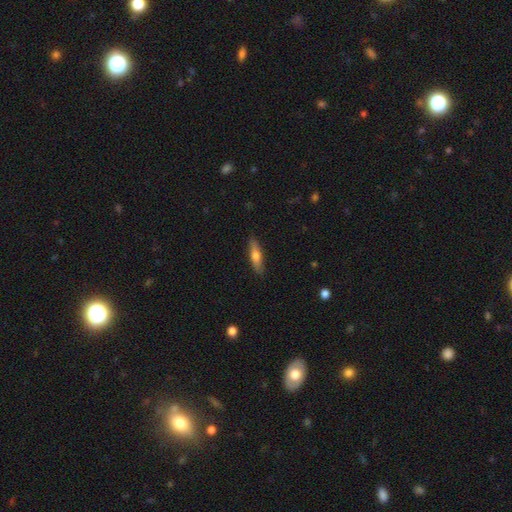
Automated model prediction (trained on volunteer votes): smooth_or_featured: smooth (p=0.61) [alt: featured or disk p=0.33]
how_rounded: cigar-shaped (p=0.71) [alt: in between p=0.27]
merging: none (p=0.88) [alt: minor disturbance p=0.09]